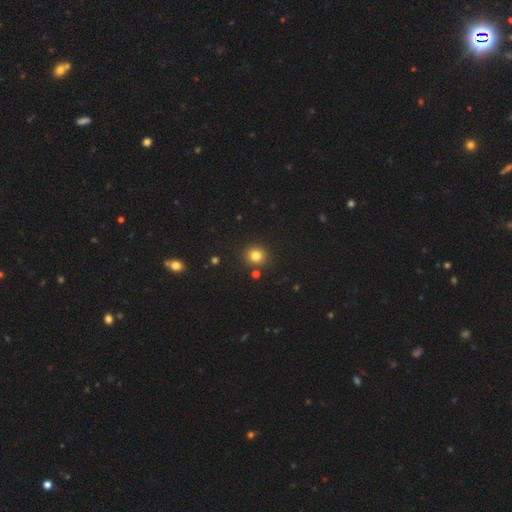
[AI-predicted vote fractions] smooth-or-featured: smooth: 81% | star or artifact: 14% | featured or disk: 6%
  how-rounded: round: 90% | in between: 9% | cigar-shaped: 1%
  merging: none: 87% | minor disturbance: 6% | merger: 4% | major disturbance: 2%